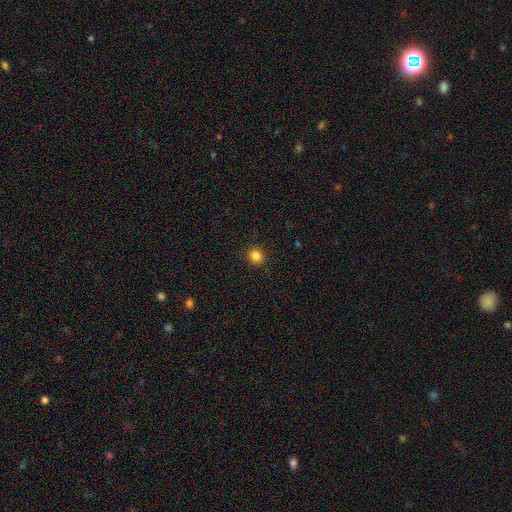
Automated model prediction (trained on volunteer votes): This appears to be a smooth galaxy with no disk features (85%) that is round (91%). Merging: none (91%).